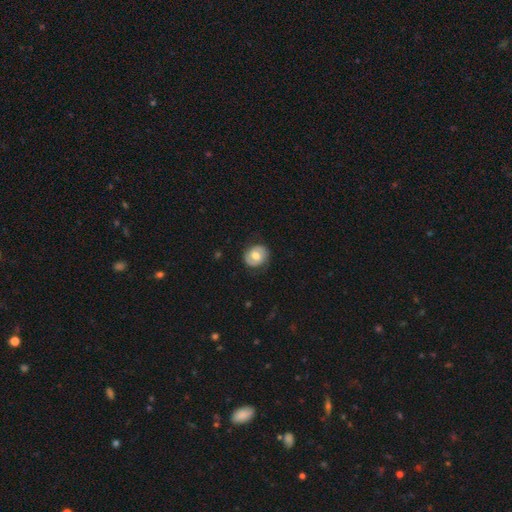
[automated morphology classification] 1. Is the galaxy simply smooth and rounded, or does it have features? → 50% smooth, 44% featured or disk, 7% star or artifact.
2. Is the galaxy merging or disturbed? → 78% none, 16% minor disturbance, 5% major disturbance, 1% merger.